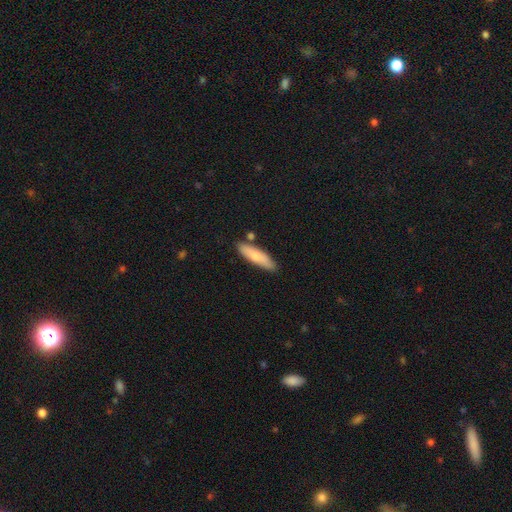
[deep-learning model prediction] Smooth or featured? Predicted: smooth (p=0.76). How rounded? Predicted: cigar-shaped (p=0.68). Merging? Predicted: none (p=0.80).